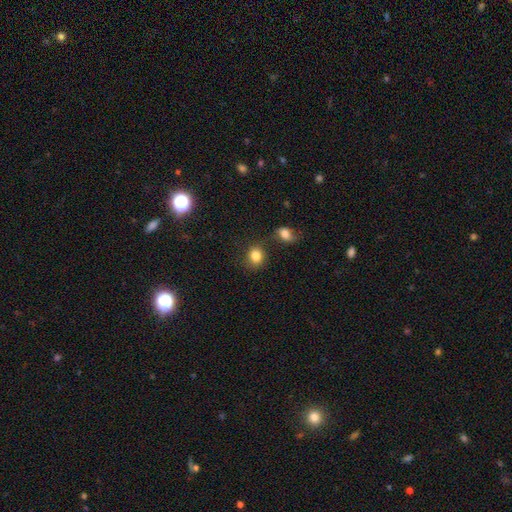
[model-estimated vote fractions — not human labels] Overall: smooth (83%). How rounded: round (67%; in between 32%). Merging: none (67%).